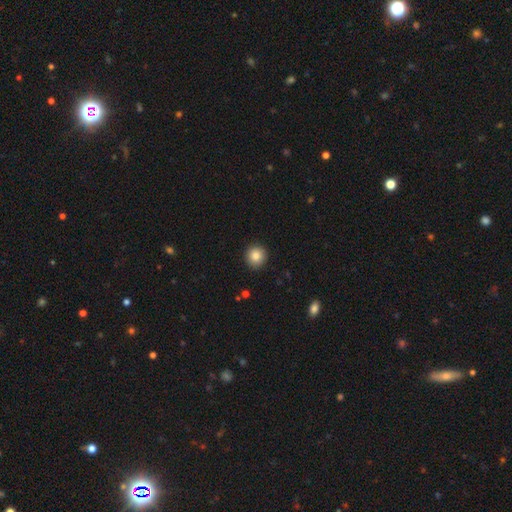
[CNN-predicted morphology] Smooth or featured: smooth — 86% (star or artifact — 9%)
How rounded: round — 93% (in between — 6%)
Merging: none — 92% (minor disturbance — 6%)